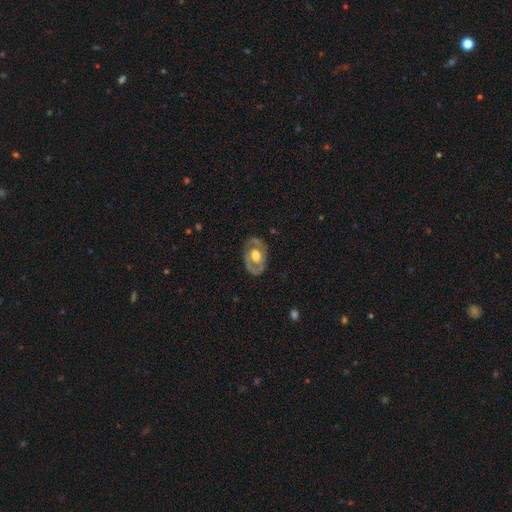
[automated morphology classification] A featured or disk galaxy (69%) with no bar (65%), spiral arms (54%) and a moderate central bulge (61%). Merging: none (74%).